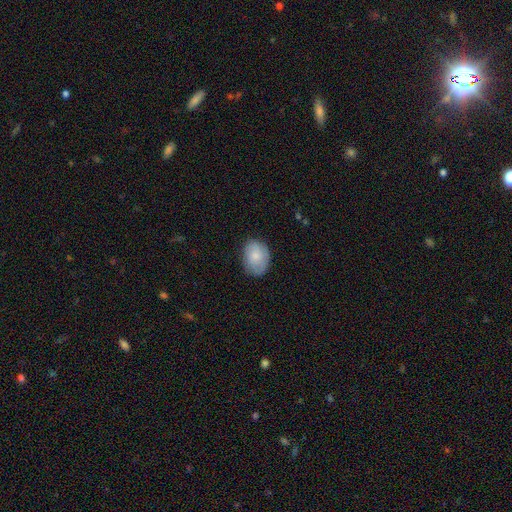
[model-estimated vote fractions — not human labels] A smooth galaxy with no disk features (77%) that is in between round and cigar-shaped (70%). Merging: none (76%).